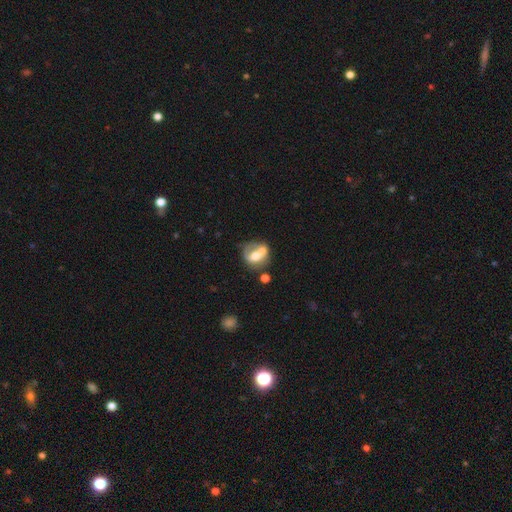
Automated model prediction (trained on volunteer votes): Smooth or featured: smooth — 51% (featured or disk — 41%)
How rounded: round — 58% (in between — 41%)
Merging: merger — 53% (none — 26%)